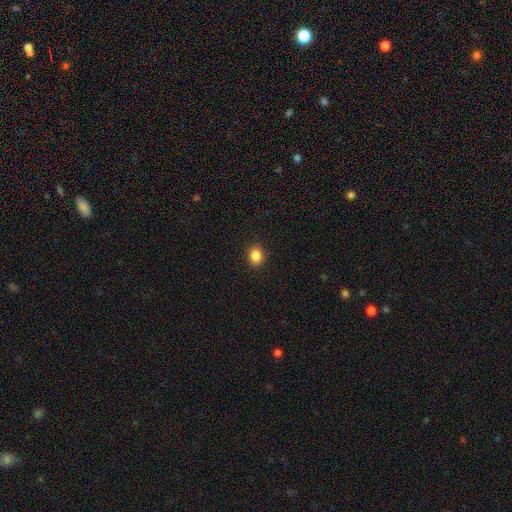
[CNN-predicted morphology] This is clearly a smooth galaxy (86%). How rounded: likely round (68%). Merging: clearly none (91%).